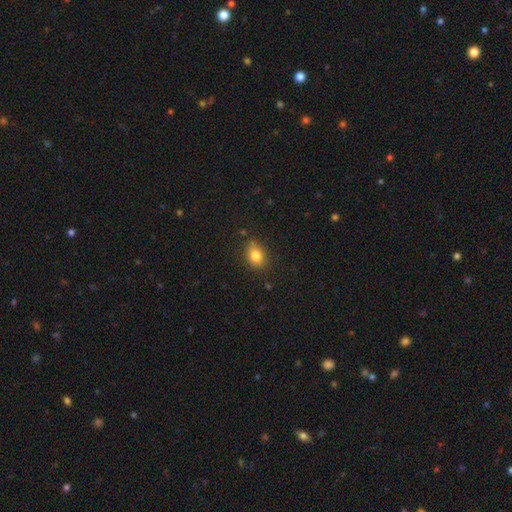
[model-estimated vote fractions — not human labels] smooth 81%, star or artifact 11%, featured or disk 8%. Down the decision tree: how rounded — in between (55%); merging — none (77%).